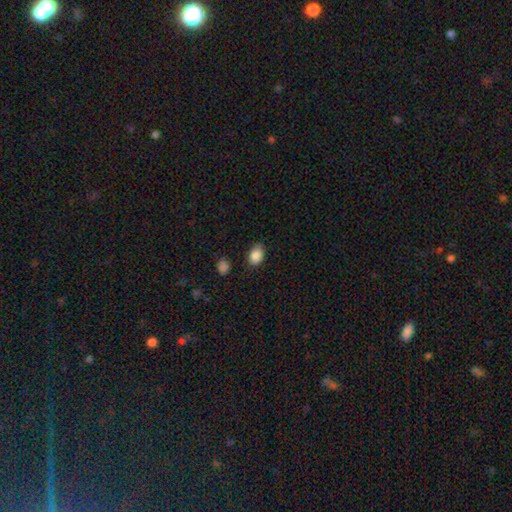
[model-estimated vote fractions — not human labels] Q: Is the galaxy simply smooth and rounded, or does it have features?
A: smooth — 87%.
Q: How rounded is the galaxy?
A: in between — 81%.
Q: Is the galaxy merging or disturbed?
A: none — 79%.